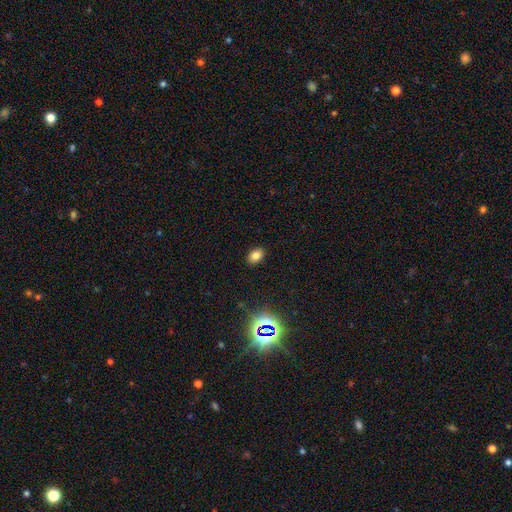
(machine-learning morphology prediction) smooth_or_featured: smooth (p=0.79) [alt: star or artifact p=0.15]
how_rounded: in between (p=0.77) [alt: round p=0.22]
merging: none (p=0.89) [alt: minor disturbance p=0.08]